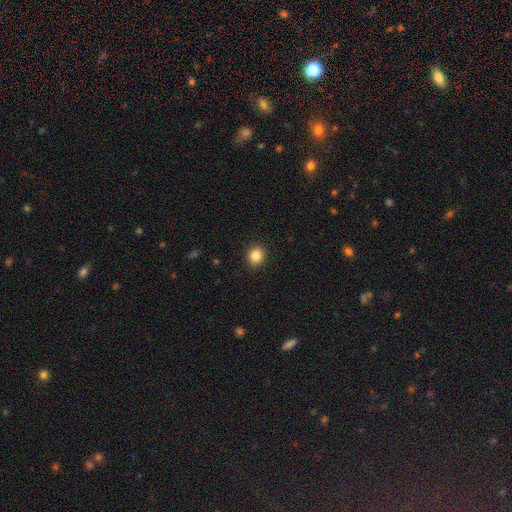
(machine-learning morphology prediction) A smooth galaxy with no disk features (85%) that is round (81%).

Vote fractions:
- Smooth or featured? smooth: 85% / star or artifact: 10% / featured or disk: 5%
- How rounded? round: 81% / in between: 18% / cigar-shaped: 1%
- Merging? none: 92% / minor disturbance: 6% / major disturbance: 2% / merger: 1%